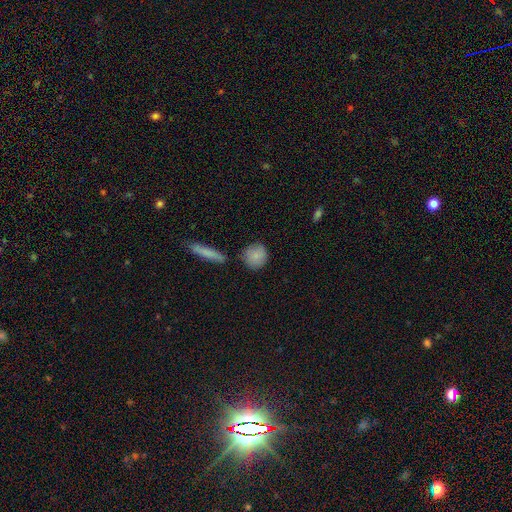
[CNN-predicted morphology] type=smooth (85%); roundness=round (80%); merging=none (73%).